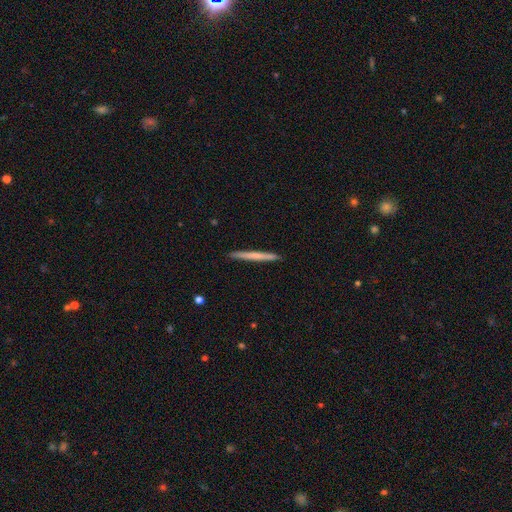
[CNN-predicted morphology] Smooth or featured? Predicted: smooth (p=0.59). How rounded? Predicted: cigar-shaped (p=0.97). Merging? Predicted: none (p=0.92).